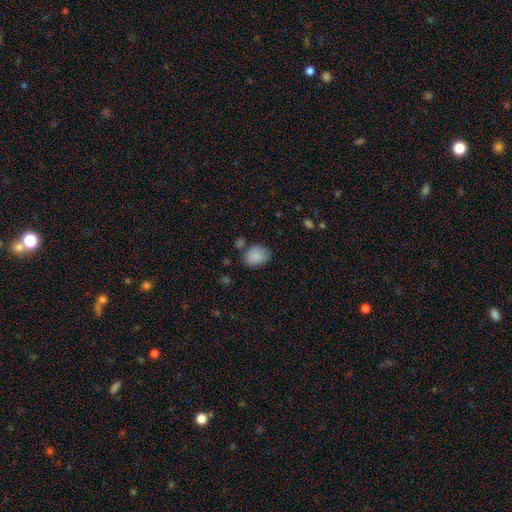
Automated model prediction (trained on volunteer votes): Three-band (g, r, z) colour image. It shows a smooth galaxy with no disk features (87%) that is in between round and cigar-shaped (56%). Merging: none (67%).